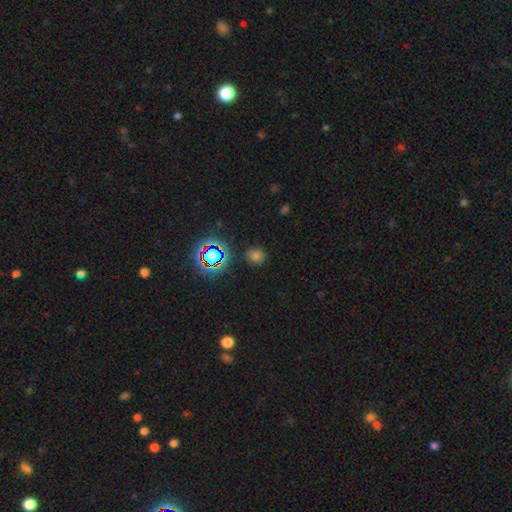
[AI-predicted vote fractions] A smooth galaxy with no disk features (61%) that is round (82%).

Vote fractions:
- Smooth or featured? smooth: 61% / star or artifact: 33% / featured or disk: 7%
- How rounded? round: 82% / in between: 16% / cigar-shaped: 1%
- Merging? none: 85% / minor disturbance: 9% / major disturbance: 3% / merger: 2%